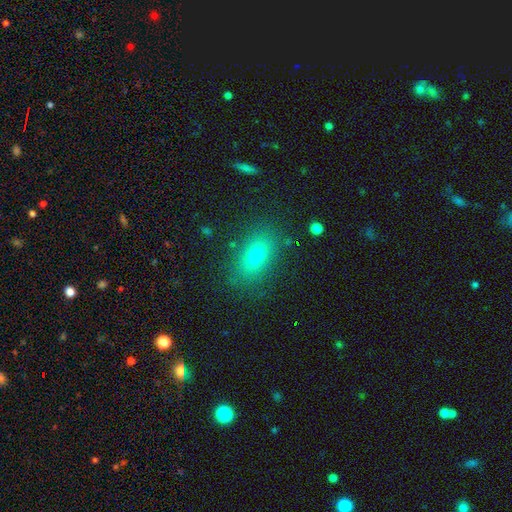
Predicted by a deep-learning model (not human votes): Smooth or featured: smooth — 73% (featured or disk — 15%)
How rounded: in between — 82% (round — 12%)
Merging: none — 83% (minor disturbance — 11%)